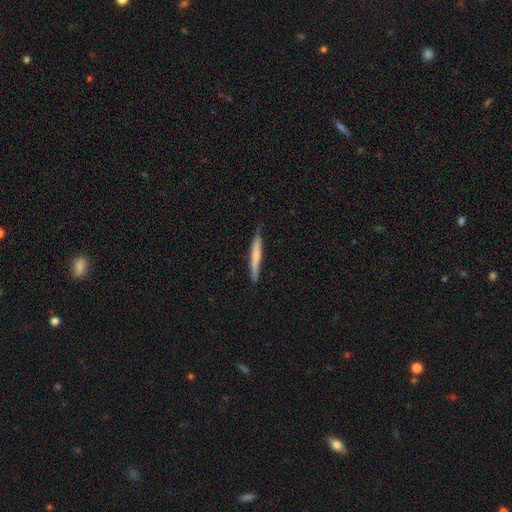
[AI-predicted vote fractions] Smooth or featured?
  - smooth: 61% *
  - featured or disk: 34%
  - star or artifact: 5%
How rounded?
  - cigar-shaped: 95% *
  - in between: 4%
  - round: 1%
Merging?
  - none: 81% *
  - minor disturbance: 16%
  - major disturbance: 2%
  - merger: 1%